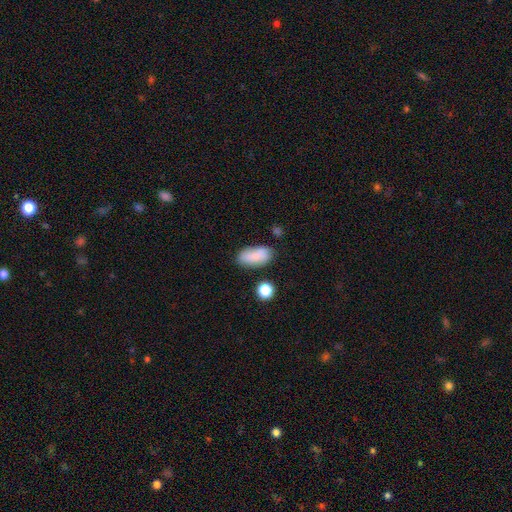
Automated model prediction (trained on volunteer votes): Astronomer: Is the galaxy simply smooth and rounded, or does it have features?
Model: smooth — 81%.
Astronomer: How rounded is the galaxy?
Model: in between — 91%.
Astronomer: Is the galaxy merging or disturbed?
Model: none — 67%.